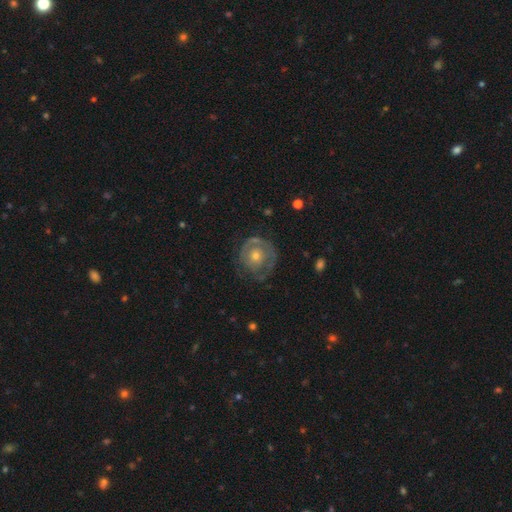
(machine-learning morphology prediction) A featured or disk galaxy (67%) with no bar (85%), spiral arms (65%) and a moderate central bulge (54%).

Vote fractions:
- Smooth or featured? featured or disk: 67% / smooth: 26% / star or artifact: 7%
- Edge-on disk? no: 97% / yes: 3%
- Bar? no: 85% / weak: 12% / strong: 3%
- Spiral arms? yes: 65% / no: 35%
- Bulge size? moderate: 54% / small: 40% / large: 3% / none: 1% / dominant: 1%
- Merging? none: 68% / minor disturbance: 19% / major disturbance: 11% / merger: 2%